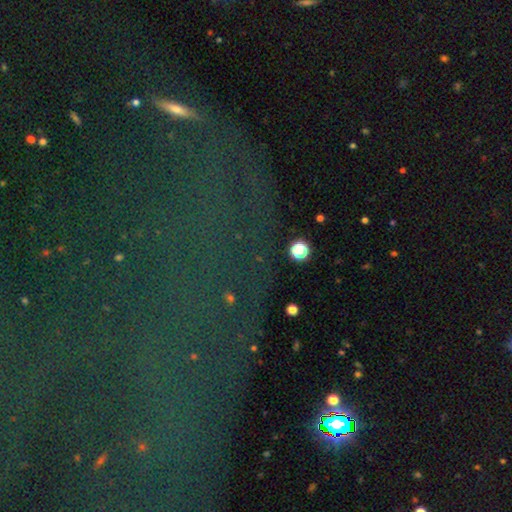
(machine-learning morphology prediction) Smooth or featured? Predicted: star or artifact (p=0.81).